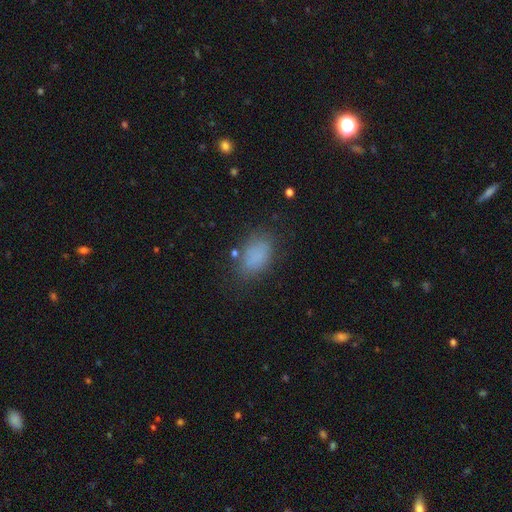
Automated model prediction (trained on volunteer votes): Smooth or featured? Predicted: smooth (p=0.81). How rounded? Predicted: in between (p=0.88). Merging? Predicted: none (p=0.73).